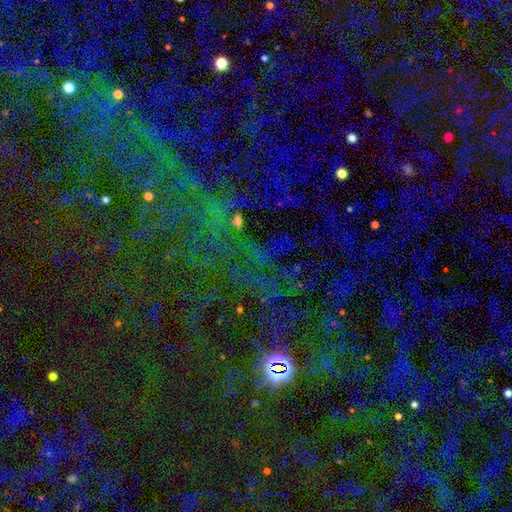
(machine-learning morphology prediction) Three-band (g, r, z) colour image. It shows a star or artifact, not a galaxy (77%).